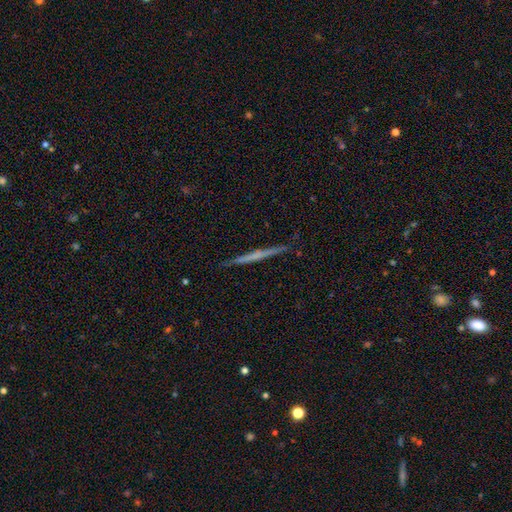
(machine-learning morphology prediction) smooth-or-featured: featured or disk: 59% | smooth: 35% | star or artifact: 6%
  disk-edge-on: yes: 98% | no: 2%
    edge-on-bulge: none: 81% | rounded: 12% | boxy: 7%
  merging: none: 90% | minor disturbance: 8% | major disturbance: 1% | merger: 1%